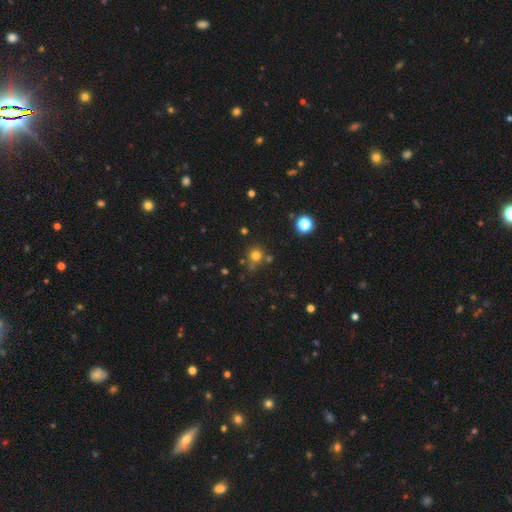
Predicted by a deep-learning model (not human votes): Smooth or featured? smooth (75%)
How rounded? round (88%)
Merging? none (70%)